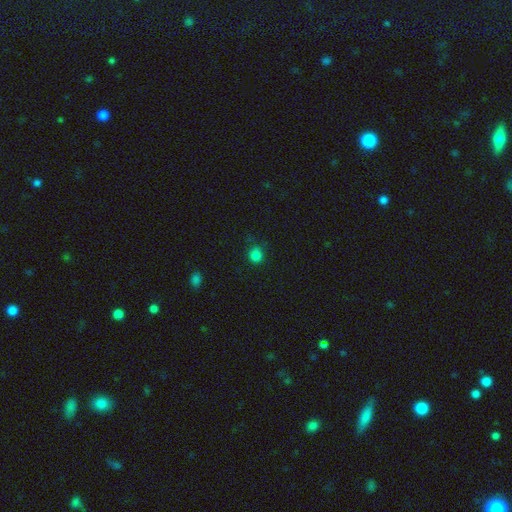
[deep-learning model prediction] Smooth or featured: smooth — 82% (star or artifact — 14%)
How rounded: round — 87% (in between — 12%)
Merging: none — 77% (minor disturbance — 17%)